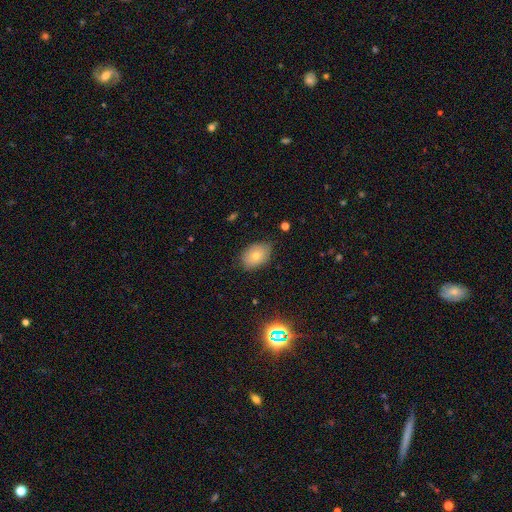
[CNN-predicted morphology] smooth-or-featured: smooth: 73% | featured or disk: 17% | star or artifact: 10%
  how-rounded: in between: 78% | round: 21% | cigar-shaped: 1%
  merging: none: 75% | minor disturbance: 20% | major disturbance: 3% | merger: 1%